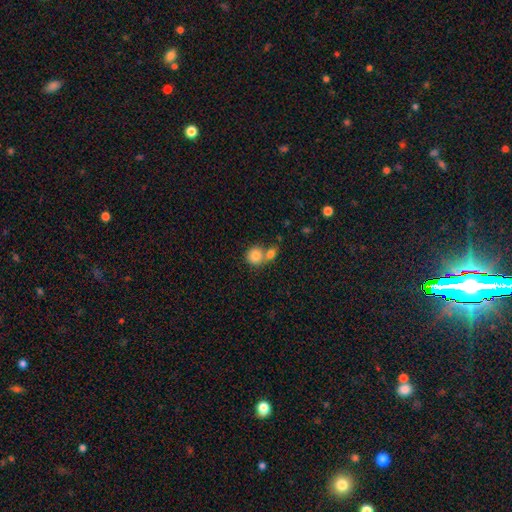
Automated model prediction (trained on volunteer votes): Smooth or featured? Predicted: smooth (p=0.83). How rounded? Predicted: round (p=0.85). Merging? Predicted: merger (p=0.47).